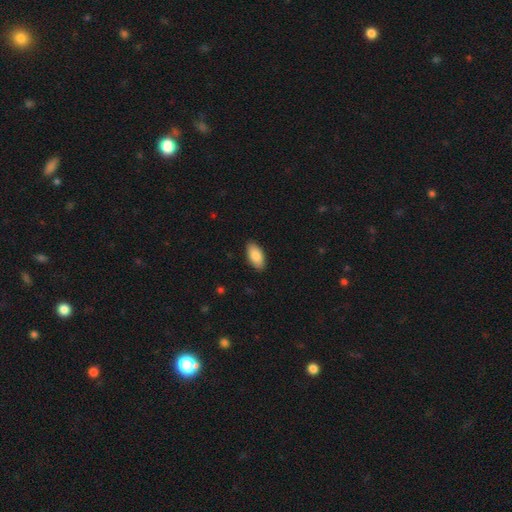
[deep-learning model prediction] smooth 87%, featured or disk 7%, star or artifact 6%. Down the decision tree: how rounded — in between (93%); merging — none (89%).